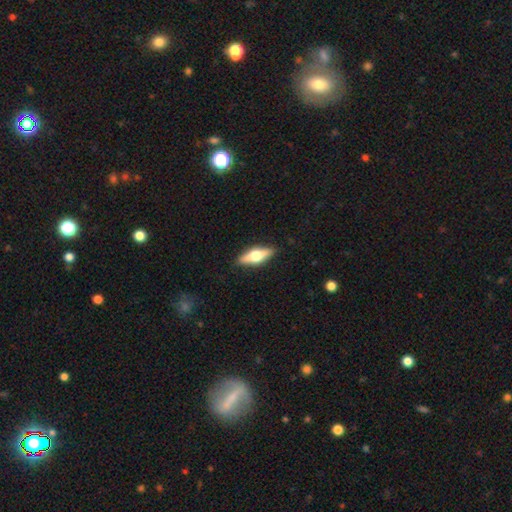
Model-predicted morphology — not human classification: type=featured or disk (54%); edge-on=yes (93%); edge-on bulge=rounded (93%); merging=none (88%).